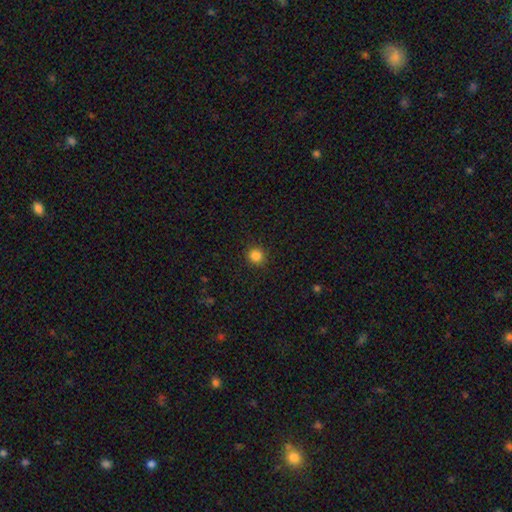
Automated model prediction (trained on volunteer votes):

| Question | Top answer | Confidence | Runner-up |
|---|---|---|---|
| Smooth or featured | smooth | 85% | star or artifact (12%) |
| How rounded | round | 92% | in between (7%) |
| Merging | none | 91% | minor disturbance (6%) |